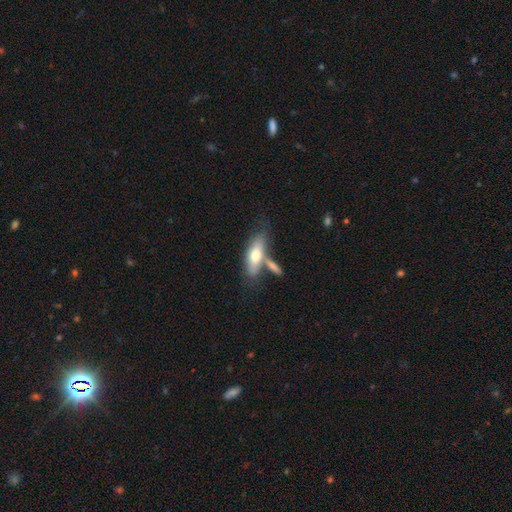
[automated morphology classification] This appears to be a smooth galaxy with no disk features (65%) that is in between round and cigar-shaped (62%). Merging: none (46%).